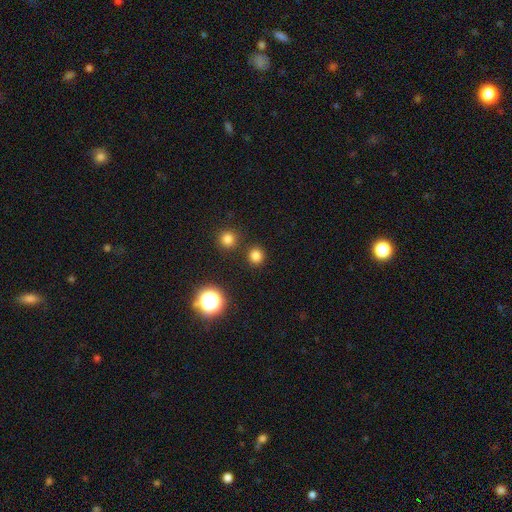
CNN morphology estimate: type=smooth (78%); roundness=round (91%); merging=none (87%).